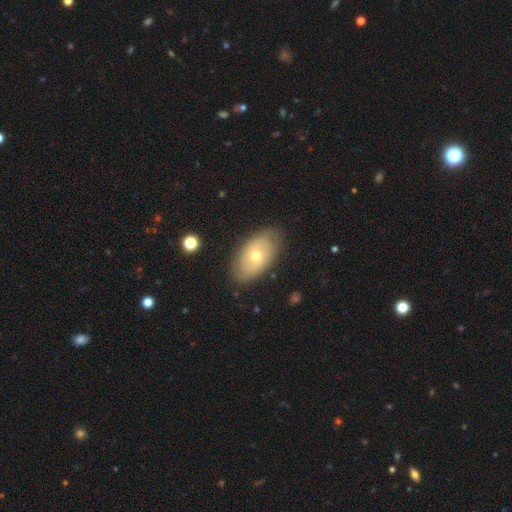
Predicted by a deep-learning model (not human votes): Smooth or featured? smooth (53%)
How rounded? in between (92%)
Merging? none (83%)